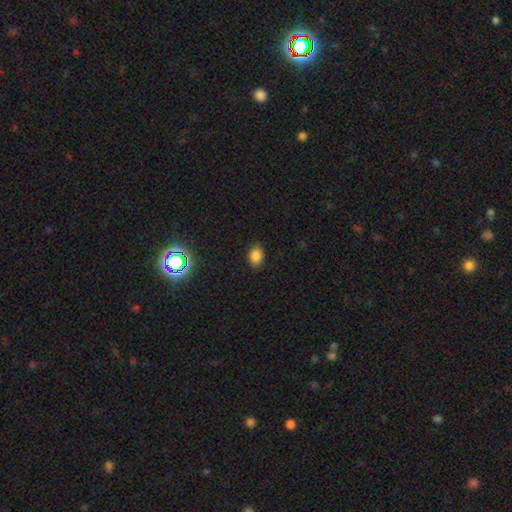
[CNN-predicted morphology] Overall: smooth (82%). How rounded: in between (68%; round 31%). Merging: none (85%).